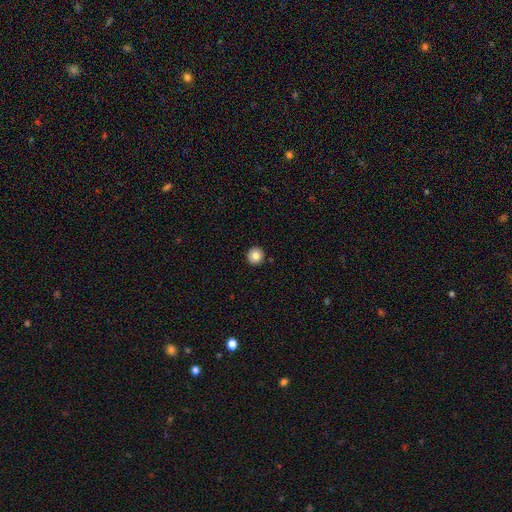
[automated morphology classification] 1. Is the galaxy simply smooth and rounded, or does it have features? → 83% smooth, 9% star or artifact, 8% featured or disk.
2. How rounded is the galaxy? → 95% round, 4% in between, 1% cigar-shaped.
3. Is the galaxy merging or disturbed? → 92% none, 5% minor disturbance, 1% major disturbance, 1% merger.